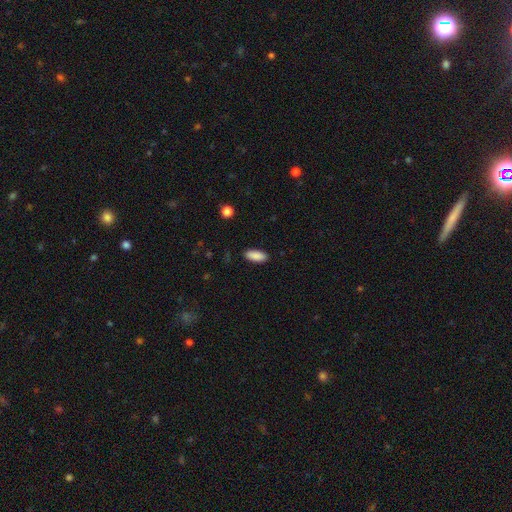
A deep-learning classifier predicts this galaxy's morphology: smooth_or_featured: smooth (p=0.89) [alt: star or artifact p=0.07]
how_rounded: in between (p=0.84) [alt: cigar-shaped p=0.14]
merging: none (p=0.88) [alt: minor disturbance p=0.08]